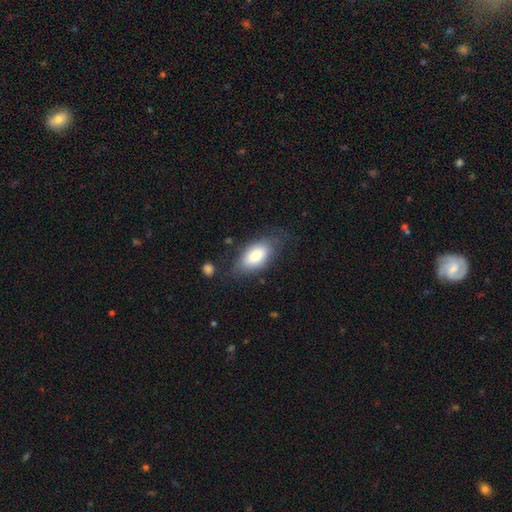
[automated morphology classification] The model was most divided on "merging": none: 66%, minor disturbance: 22%, major disturbance: 9%, merger: 3%. More confident: how rounded — in between (91%); smooth or featured — smooth (81%).